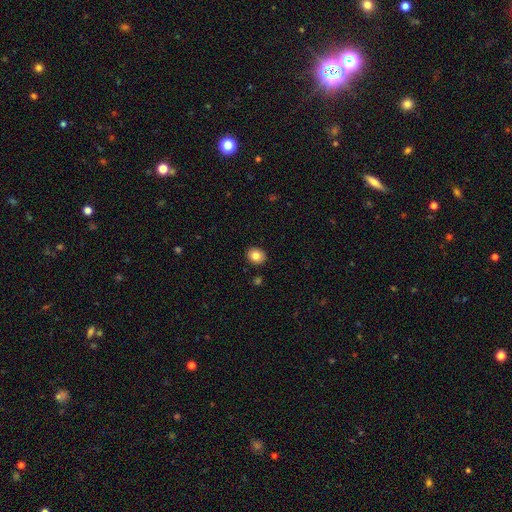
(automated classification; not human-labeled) Overall: smooth (82%). How rounded: round (58%; in between 41%). Merging: none (90%).